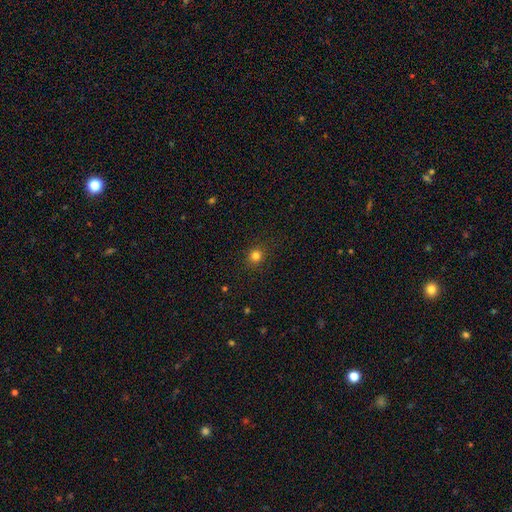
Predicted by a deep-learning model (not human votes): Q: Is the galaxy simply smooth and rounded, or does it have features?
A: smooth — 81%.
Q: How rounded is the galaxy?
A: round — 89%.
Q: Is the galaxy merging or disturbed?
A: none — 89%.